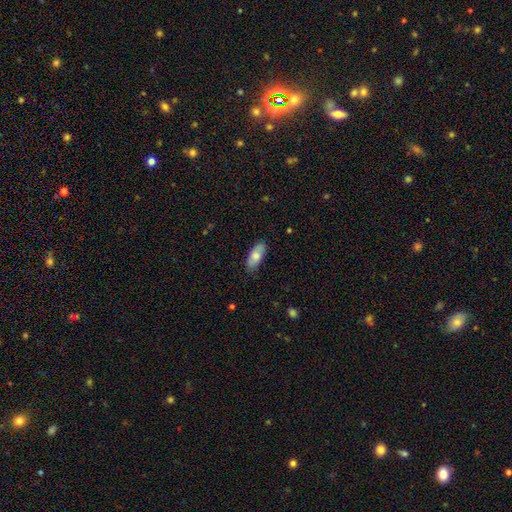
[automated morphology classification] smooth-or-featured: smooth: 78% | featured or disk: 16% | star or artifact: 6%
  how-rounded: in between: 83% | cigar-shaped: 15% | round: 2%
  merging: none: 83% | minor disturbance: 13% | major disturbance: 2% | merger: 1%